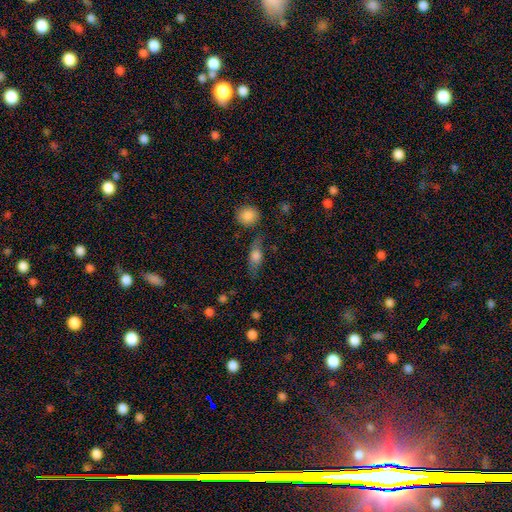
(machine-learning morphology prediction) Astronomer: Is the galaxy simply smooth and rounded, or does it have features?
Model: smooth — 68%.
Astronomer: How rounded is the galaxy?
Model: in between — 67%.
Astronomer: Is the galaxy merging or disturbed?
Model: none — 64%.